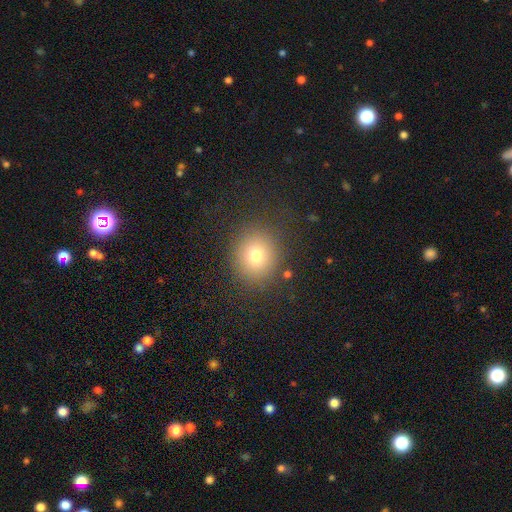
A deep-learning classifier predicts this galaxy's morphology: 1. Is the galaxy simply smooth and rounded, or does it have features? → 74% smooth, 15% star or artifact, 11% featured or disk.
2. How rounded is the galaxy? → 81% round, 19% in between, 1% cigar-shaped.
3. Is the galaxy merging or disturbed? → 86% none, 9% minor disturbance, 4% major disturbance, 1% merger.